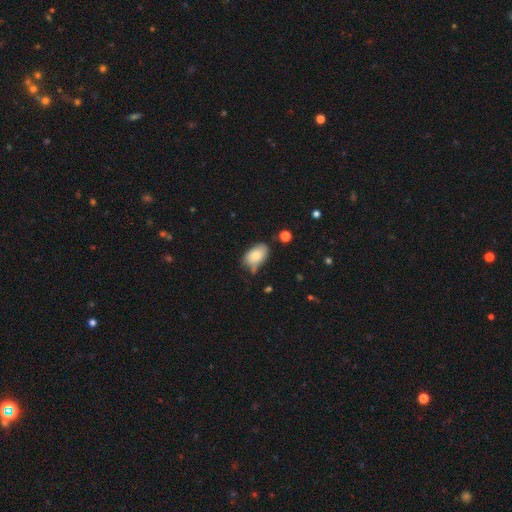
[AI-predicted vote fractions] Q: Smooth or featured?
A: smooth (78%); runner-up: featured or disk (15%)
Q: How rounded?
A: in between (91%); runner-up: round (8%)
Q: Merging?
A: none (54%); runner-up: minor disturbance (33%)